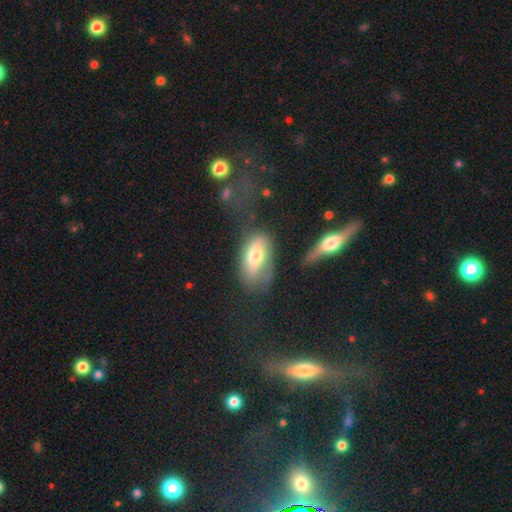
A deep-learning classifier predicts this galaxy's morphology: Smooth or featured: smooth — 65% (featured or disk — 27%)
How rounded: in between — 88% (cigar-shaped — 7%)
Merging: none — 42% (minor disturbance — 26%)